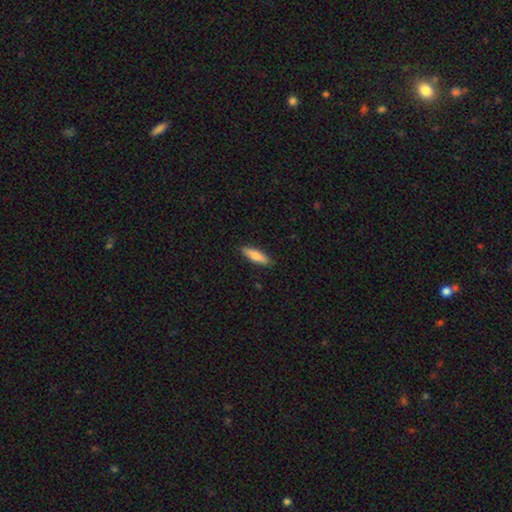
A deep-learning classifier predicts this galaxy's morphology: The model was most divided on "how rounded": cigar-shaped: 63%, in between: 36%, round: 2%. More confident: merging — none (89%); smooth or featured — smooth (81%).